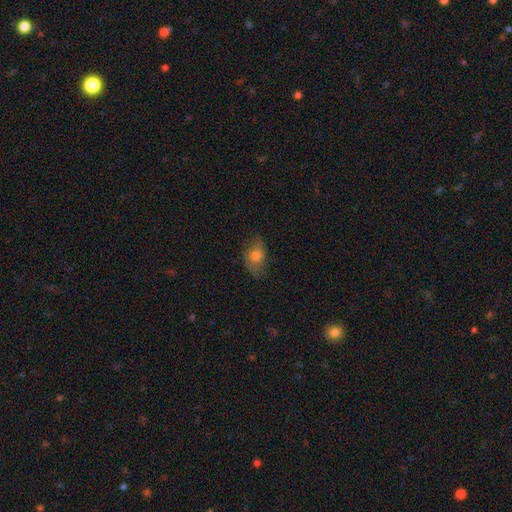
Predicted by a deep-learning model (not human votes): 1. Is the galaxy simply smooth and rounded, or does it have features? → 68% smooth, 22% featured or disk, 11% star or artifact.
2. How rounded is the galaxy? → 76% in between, 22% round, 2% cigar-shaped.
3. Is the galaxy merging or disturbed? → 62% none, 26% minor disturbance, 10% major disturbance, 1% merger.